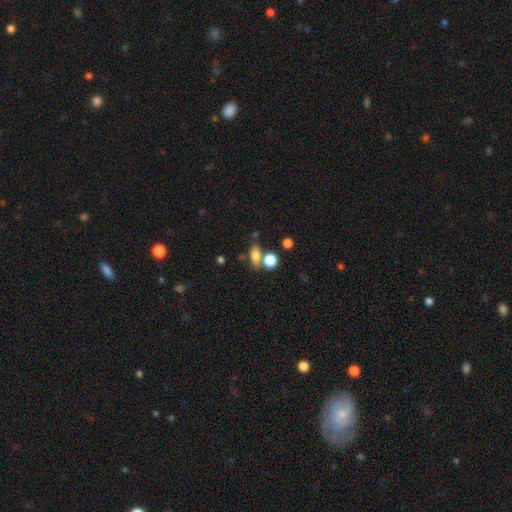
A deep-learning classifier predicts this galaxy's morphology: The model was most divided on "merging": none: 61%, merger: 21%, minor disturbance: 12%, major disturbance: 5%. More confident: smooth or featured — smooth (72%); how rounded — in between (64%).